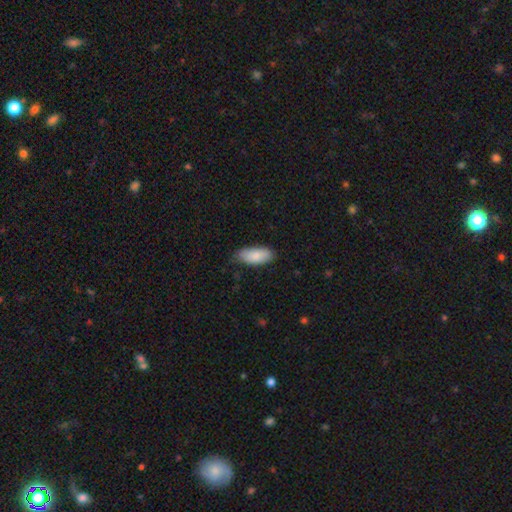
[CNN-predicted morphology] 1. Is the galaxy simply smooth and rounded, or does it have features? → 86% smooth, 8% featured or disk, 6% star or artifact.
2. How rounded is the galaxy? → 88% in between, 10% cigar-shaped, 2% round.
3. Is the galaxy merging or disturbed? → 72% none, 23% minor disturbance, 3% major disturbance, 1% merger.